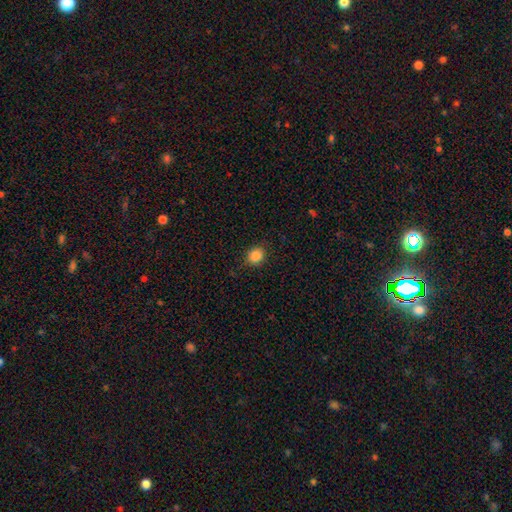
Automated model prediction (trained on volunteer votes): smooth_or_featured: smooth (p=0.87) [alt: star or artifact p=0.10]
how_rounded: round (p=0.70) [alt: in between p=0.29]
merging: none (p=0.87) [alt: minor disturbance p=0.10]